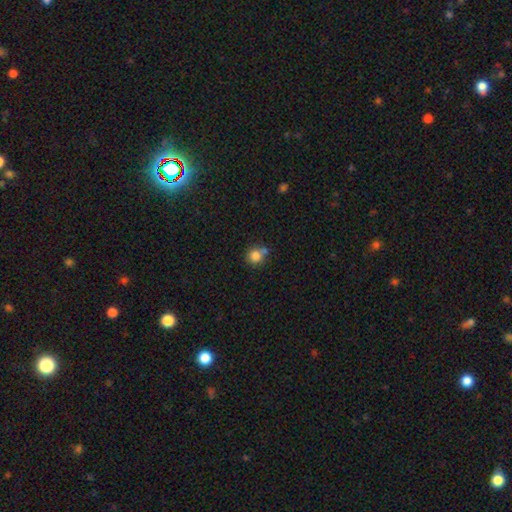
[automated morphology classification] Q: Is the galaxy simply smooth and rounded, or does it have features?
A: smooth — 82%.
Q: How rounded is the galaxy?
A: round — 88%.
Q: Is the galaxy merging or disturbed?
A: none — 57%.